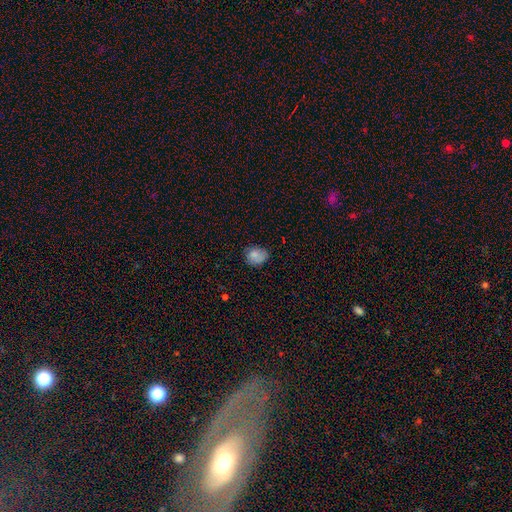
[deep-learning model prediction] Smooth or featured? smooth (81%)
How rounded? round (57%)
Merging? none (69%)